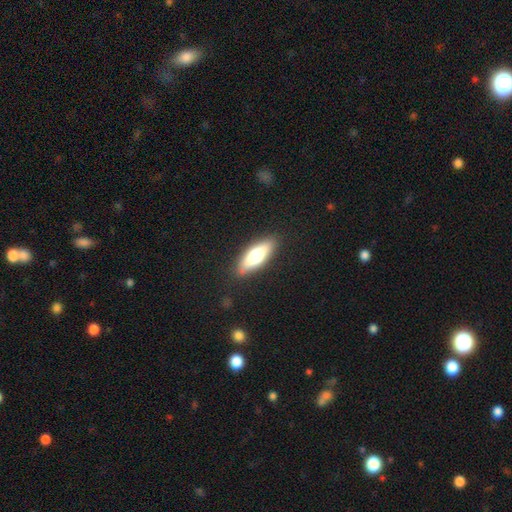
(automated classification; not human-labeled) Smooth or featured: smooth — 67% (featured or disk — 27%)
How rounded: in between — 58% (cigar-shaped — 40%)
Merging: none — 86% (minor disturbance — 11%)